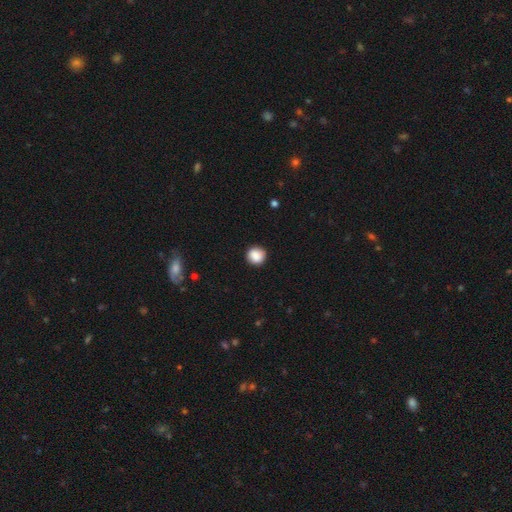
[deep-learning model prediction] Smooth or featured?
  - smooth: 88% *
  - star or artifact: 9%
  - featured or disk: 4%
How rounded?
  - round: 91% *
  - in between: 8%
  - cigar-shaped: 1%
Merging?
  - none: 89% *
  - minor disturbance: 8%
  - major disturbance: 2%
  - merger: 1%